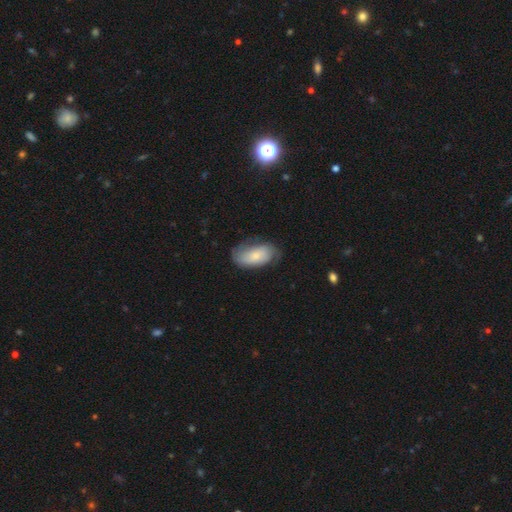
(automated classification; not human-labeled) Q: Smooth or featured?
A: smooth (57%); runner-up: featured or disk (37%)
Q: How rounded?
A: in between (92%); runner-up: cigar-shaped (5%)
Q: Merging?
A: none (62%); runner-up: minor disturbance (27%)